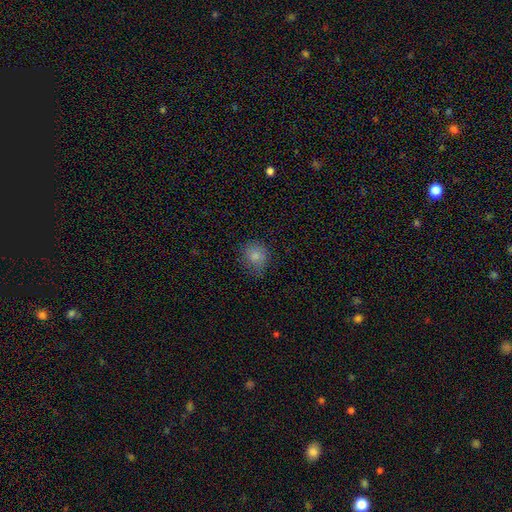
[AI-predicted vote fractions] Morphology: type=smooth (81%); roundness=round (68%); merging=none (65%).